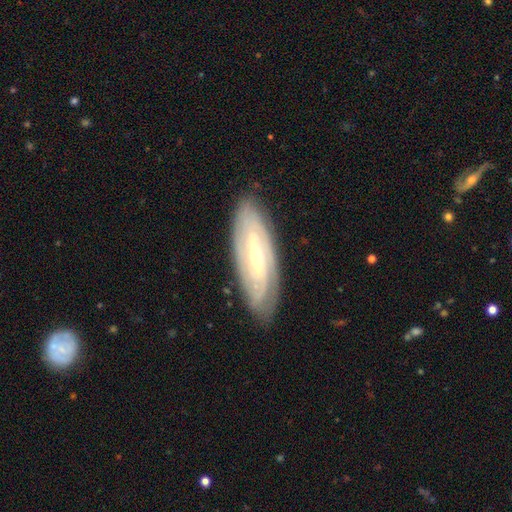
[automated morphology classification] Smooth or featured: featured or disk — 81% (smooth — 14%)
Edge-on disk: no — 85% (yes — 15%)
Bar: weak — 38% (strong — 34%)
Spiral arms: yes — 91% (no — 9%)
Spiral winding: tight — 67% (medium — 25%)
Spiral arm count: can't tell — 42% (2 — 31%)
Bulge size: small — 67% (moderate — 29%)
Merging: none — 83% (minor disturbance — 13%)